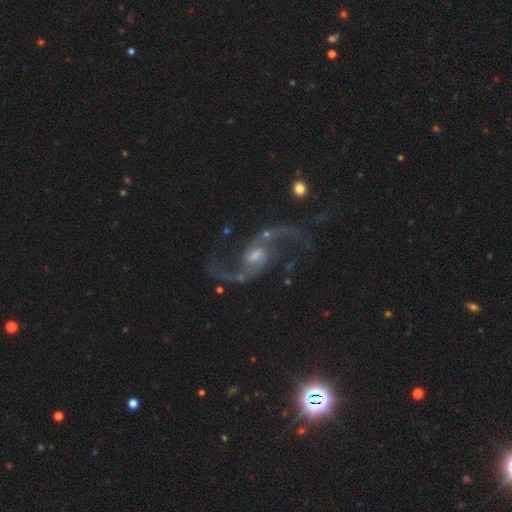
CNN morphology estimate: The model was most divided on "bulge size": small: 45%, moderate: 39%, none: 9%, large: 6%, dominant: 1%. More confident: edge-on disk — no (98%); spiral arms — yes (98%); spiral arm count — 2 (94%); smooth or featured — featured or disk (92%); spiral winding — loose (74%); merging — none (72%); bar — weak (53%).